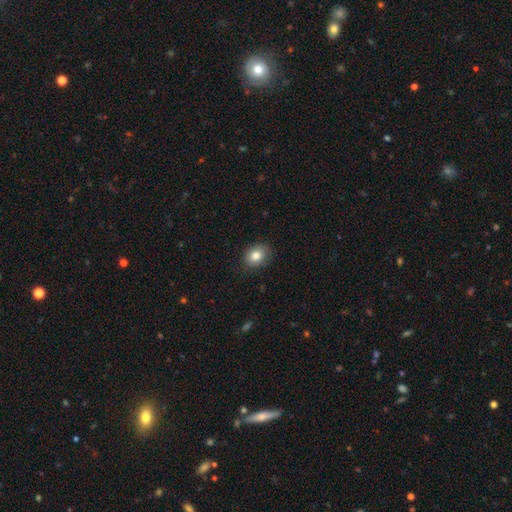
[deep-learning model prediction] smooth-or-featured: smooth: 83% | star or artifact: 9% | featured or disk: 7%
  how-rounded: in between: 52% | round: 47% | cigar-shaped: 1%
  merging: none: 85% | minor disturbance: 11% | major disturbance: 3% | merger: 1%